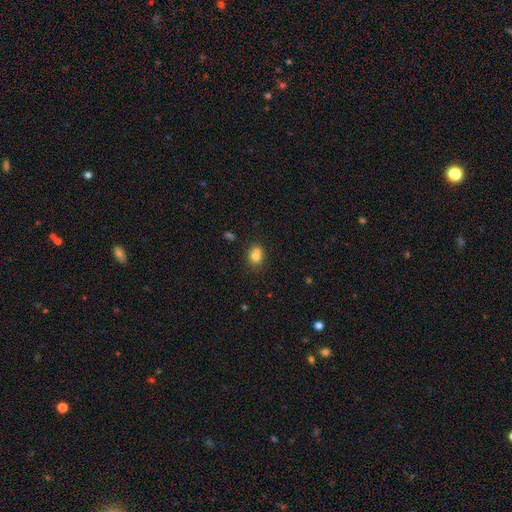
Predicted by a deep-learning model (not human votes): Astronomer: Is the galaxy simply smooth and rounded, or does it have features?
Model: smooth — 76%.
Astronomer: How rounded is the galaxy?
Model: round — 63%.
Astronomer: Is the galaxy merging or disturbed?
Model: none — 53% (runner-up: merger, 29%).